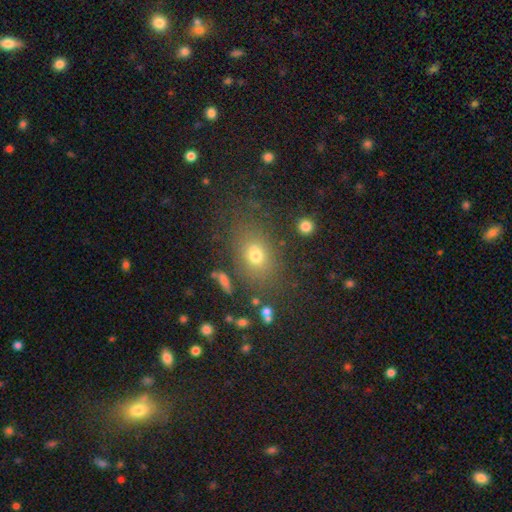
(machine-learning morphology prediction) Smooth or featured? Predicted: smooth (p=0.68). How rounded? Predicted: in between (p=0.68). Merging? Predicted: none (p=0.72).